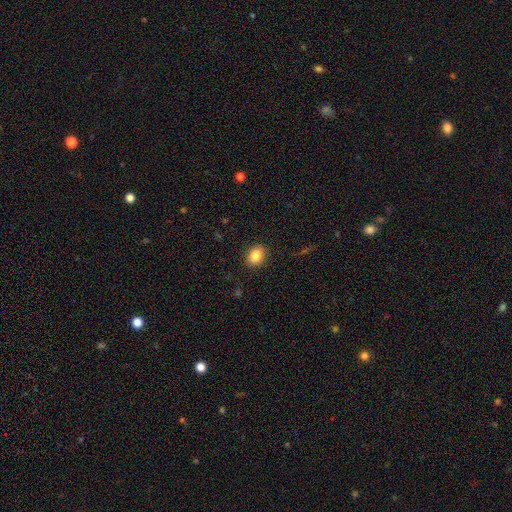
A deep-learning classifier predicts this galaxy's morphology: smooth_or_featured: smooth (p=0.84) [alt: star or artifact p=0.09]
how_rounded: in between (p=0.52) [alt: round p=0.47]
merging: none (p=0.89) [alt: minor disturbance p=0.08]